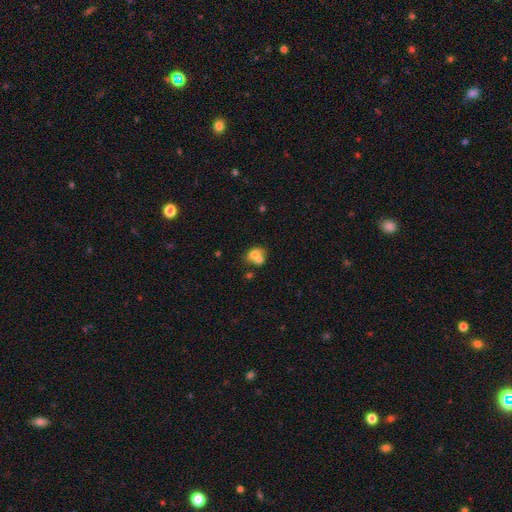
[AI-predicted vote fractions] The model was most divided on "how rounded": in between: 50%, round: 48%, cigar-shaped: 1%. More confident: smooth or featured — smooth (66%); merging — merger (59%).